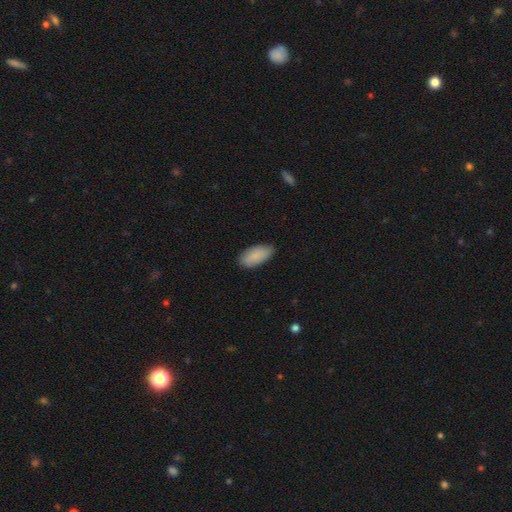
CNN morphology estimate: Q: Smooth or featured?
A: smooth (87%); runner-up: featured or disk (7%)
Q: How rounded?
A: in between (90%); runner-up: cigar-shaped (8%)
Q: Merging?
A: none (79%); runner-up: minor disturbance (18%)